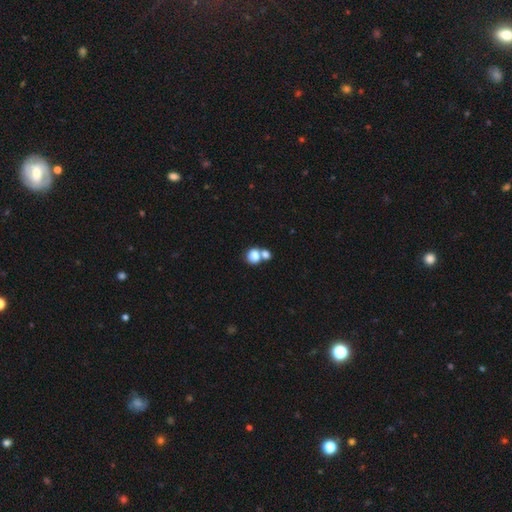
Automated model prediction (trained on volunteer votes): Q: Smooth or featured?
A: smooth (80%); runner-up: star or artifact (11%)
Q: How rounded?
A: round (72%); runner-up: in between (27%)
Q: Merging?
A: merger (47%); runner-up: none (42%)